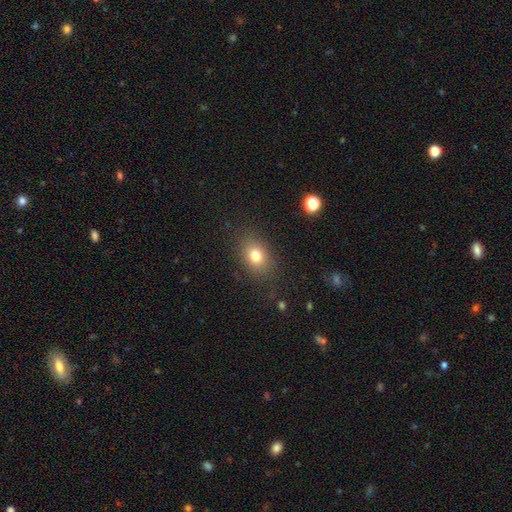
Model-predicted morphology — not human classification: Smooth or featured: smooth — 78% (star or artifact — 12%)
How rounded: in between — 68% (round — 31%)
Merging: none — 83% (minor disturbance — 11%)